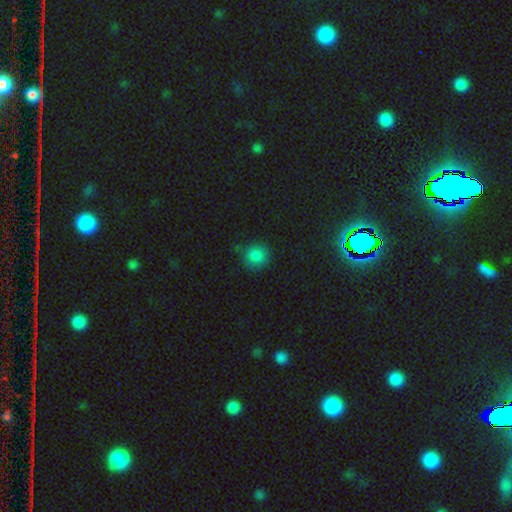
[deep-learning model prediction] Overall: smooth (84%). How rounded: round (90%). Merging: none (78%).